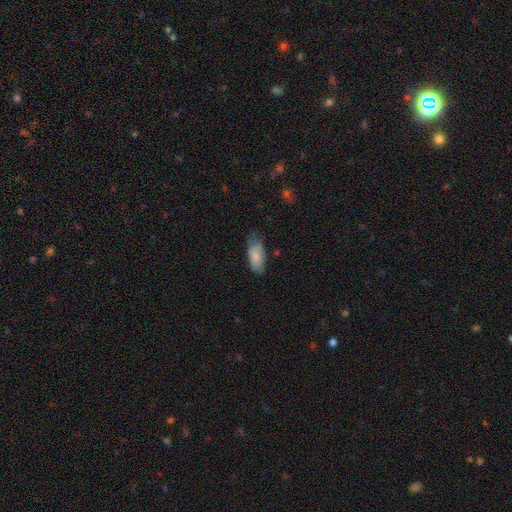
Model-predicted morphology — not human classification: smooth-or-featured: smooth: 83% | featured or disk: 11% | star or artifact: 6%
  how-rounded: in between: 88% | cigar-shaped: 10% | round: 2%
  merging: none: 54% | minor disturbance: 35% | major disturbance: 9% | merger: 2%